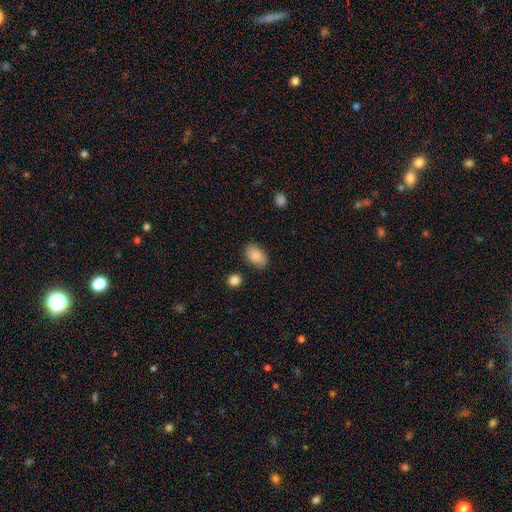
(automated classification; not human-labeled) This appears to be a smooth galaxy with no disk features (85%) that is in between round and cigar-shaped (88%). Merging: none (80%).